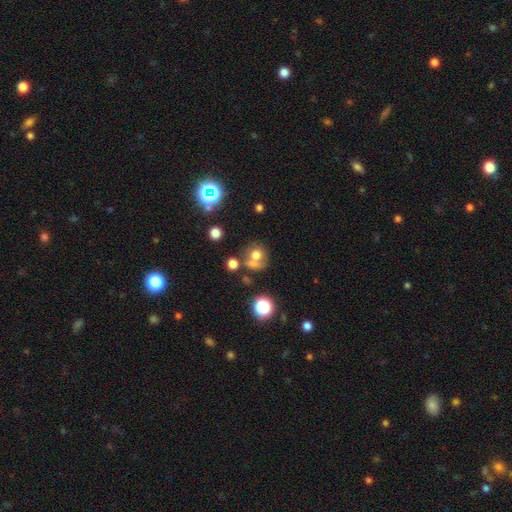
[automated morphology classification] A smooth galaxy with no disk features (65%) that is round (80%).

Vote fractions:
- Smooth or featured? smooth: 65% / star or artifact: 18% / featured or disk: 17%
- How rounded? round: 80% / in between: 19% / cigar-shaped: 1%
- Merging? none: 42% / merger: 37% / minor disturbance: 12% / major disturbance: 9%